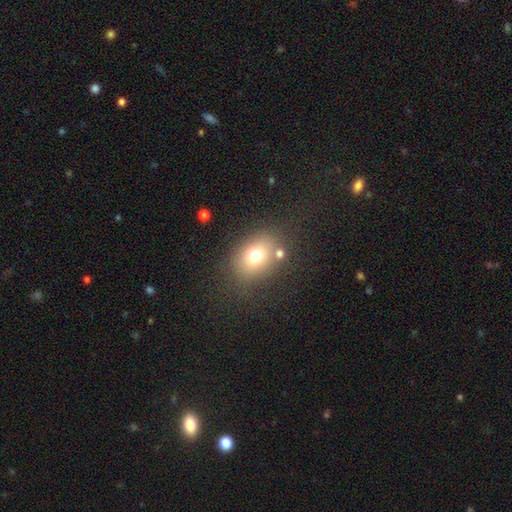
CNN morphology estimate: The model was most divided on "how rounded": in between: 60%, round: 39%, cigar-shaped: 1%. More confident: smooth or featured — smooth (73%); merging — none (70%).